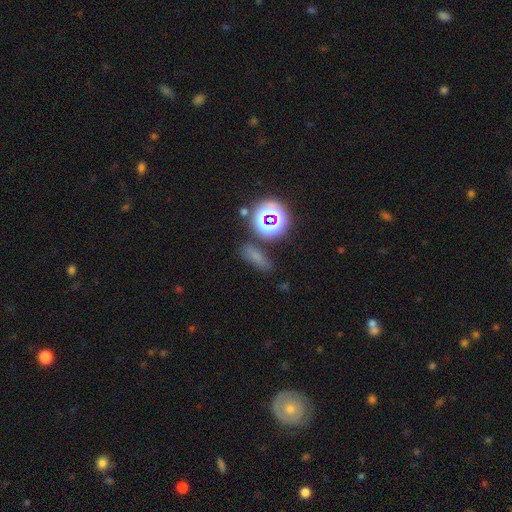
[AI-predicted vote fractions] smooth_or_featured: smooth (p=0.60) [alt: star or artifact p=0.29]
how_rounded: in between (p=0.46) [alt: cigar-shaped p=0.38]
merging: none (p=0.75) [alt: minor disturbance p=0.14]